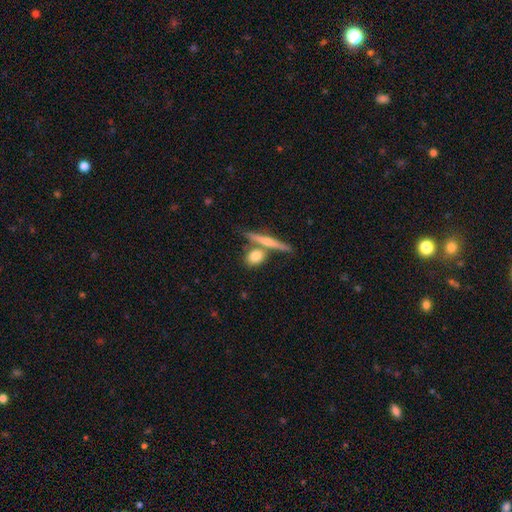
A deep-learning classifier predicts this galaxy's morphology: Smooth or featured: smooth — 73% (featured or disk — 20%)
How rounded: round — 50% (in between — 29%)
Merging: none — 61% (merger — 25%)